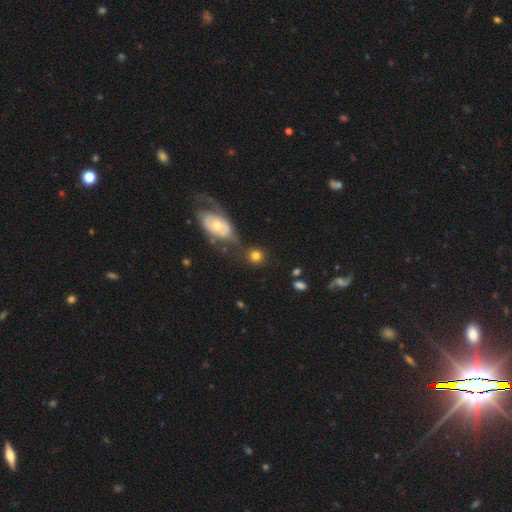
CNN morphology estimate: smooth_or_featured: smooth (p=0.76) [alt: featured or disk p=0.14]
how_rounded: round (p=0.83) [alt: in between p=0.15]
merging: none (p=0.64) [alt: minor disturbance p=0.15]